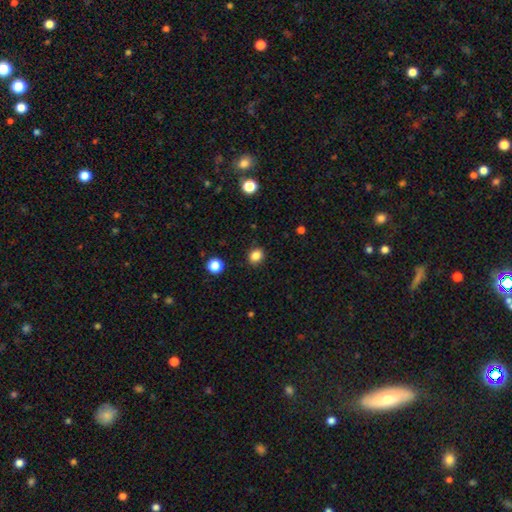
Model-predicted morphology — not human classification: type=smooth (85%); roundness=round (63%); merging=none (88%).